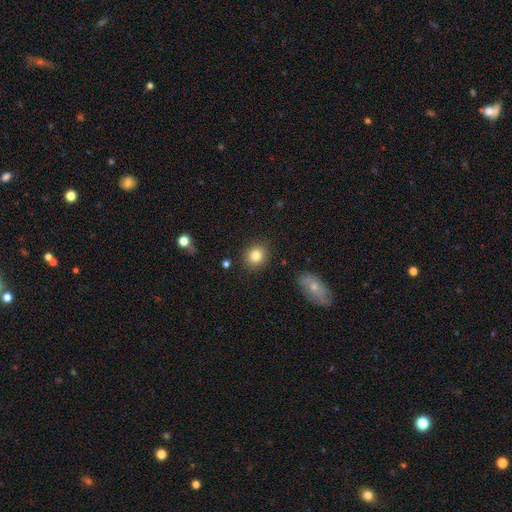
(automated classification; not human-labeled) Morphology: type=smooth (83%); roundness=round (77%); merging=none (87%).